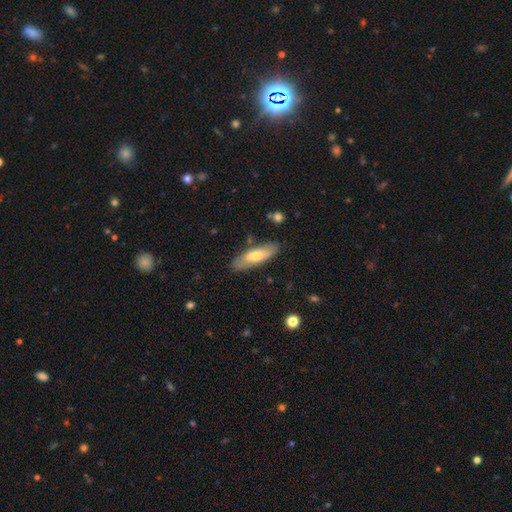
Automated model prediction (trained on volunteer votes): Overall: smooth (62%; featured or disk 32%). How rounded: in between (50%; cigar-shaped 48%). Merging: none (81%).